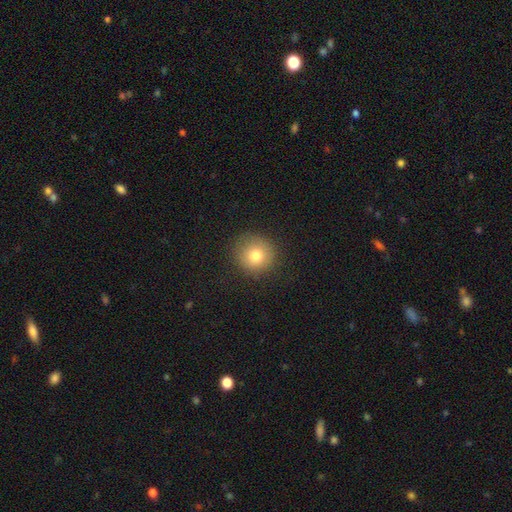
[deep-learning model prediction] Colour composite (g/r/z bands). It shows a smooth galaxy with no disk features (79%) that is round (93%). Merging: none (88%).